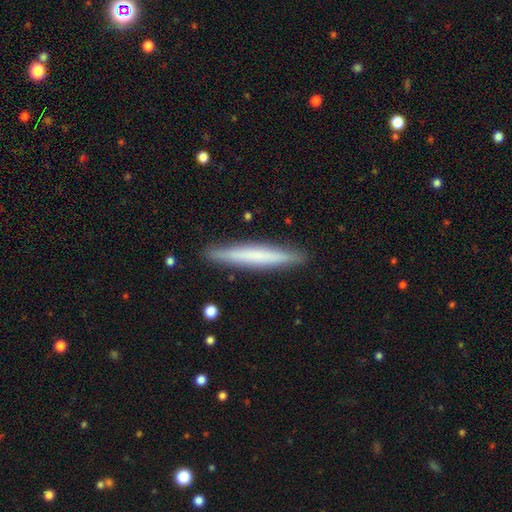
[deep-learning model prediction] Smooth or featured?
  - smooth: 57% *
  - featured or disk: 37%
  - star or artifact: 6%
How rounded?
  - cigar-shaped: 96% *
  - in between: 3%
  - round: 1%
Merging?
  - none: 90% *
  - minor disturbance: 7%
  - major disturbance: 1%
  - merger: 1%